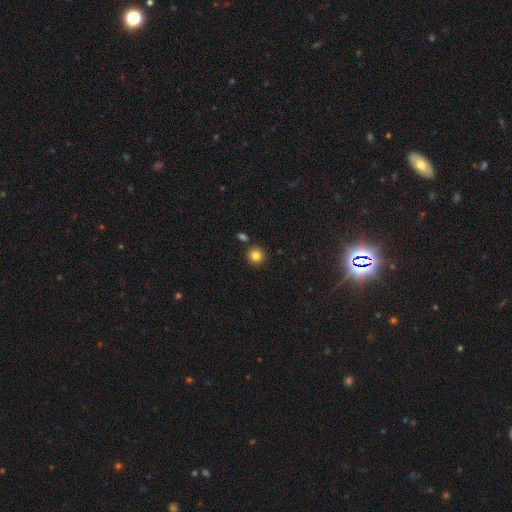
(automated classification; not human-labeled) Overall: smooth (83%). How rounded: round (93%). Merging: none (86%).